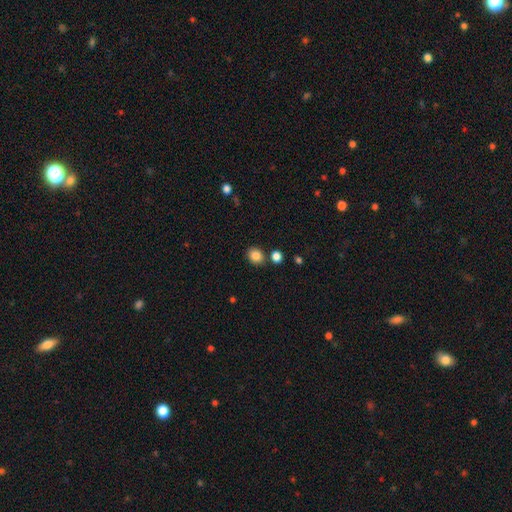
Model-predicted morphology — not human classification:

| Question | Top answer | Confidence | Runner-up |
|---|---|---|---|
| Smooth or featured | smooth | 85% | star or artifact (10%) |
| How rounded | round | 64% | in between (35%) |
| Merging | none | 80% | minor disturbance (9%) |